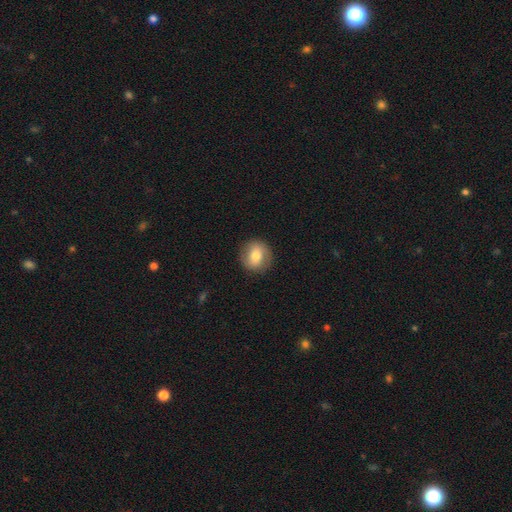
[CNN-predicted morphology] The model was most divided on "smooth or featured": smooth: 69%, featured or disk: 24%, star or artifact: 8%. More confident: merging — none (87%); how rounded — round (84%).